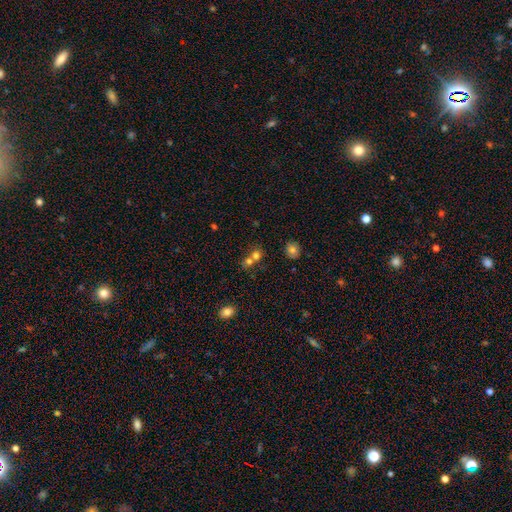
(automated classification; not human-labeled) Smooth or featured: smooth — 72% (star or artifact — 15%)
How rounded: round — 76% (in between — 23%)
Merging: merger — 49% (none — 42%)